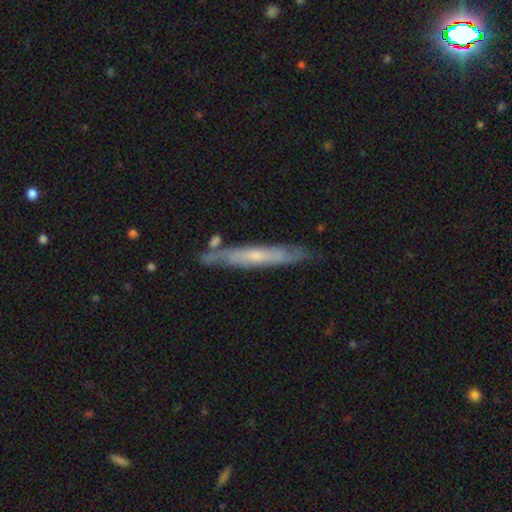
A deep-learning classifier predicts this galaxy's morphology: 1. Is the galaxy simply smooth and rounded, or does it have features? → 59% featured or disk, 35% smooth, 6% star or artifact.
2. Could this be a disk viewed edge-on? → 78% yes, 22% no.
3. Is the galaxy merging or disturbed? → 78% none, 15% minor disturbance, 4% merger, 3% major disturbance.